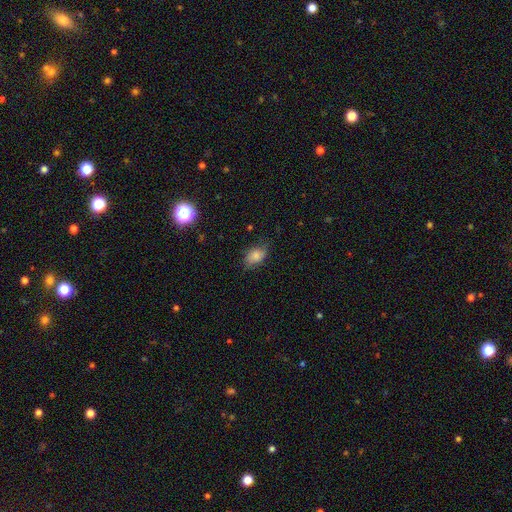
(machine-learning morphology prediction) smooth_or_featured: smooth (p=0.78) [alt: featured or disk p=0.13]
how_rounded: in between (p=0.82) [alt: round p=0.16]
merging: none (p=0.65) [alt: minor disturbance p=0.26]